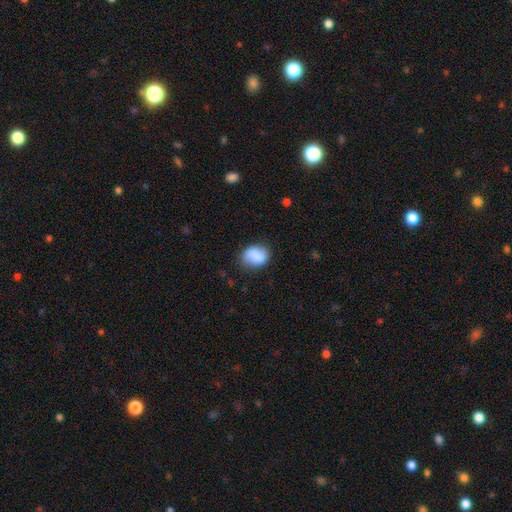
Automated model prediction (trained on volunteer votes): Smooth or featured? smooth (84%)
How rounded? in between (62%)
Merging? none (68%)